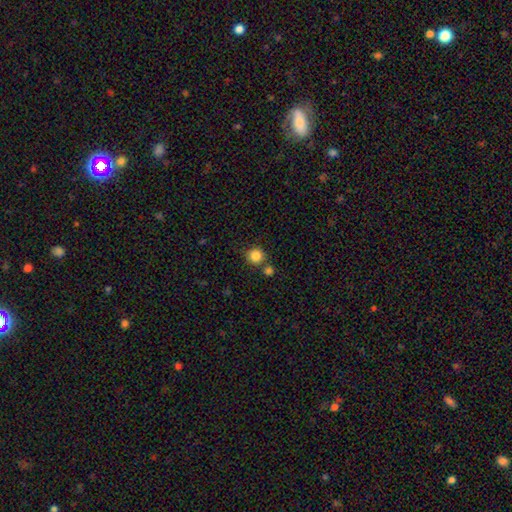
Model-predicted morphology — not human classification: Smooth or featured?
  - smooth: 85% *
  - star or artifact: 11%
  - featured or disk: 5%
How rounded?
  - round: 93% *
  - in between: 6%
  - cigar-shaped: 1%
Merging?
  - none: 74% *
  - merger: 15%
  - minor disturbance: 8%
  - major disturbance: 3%